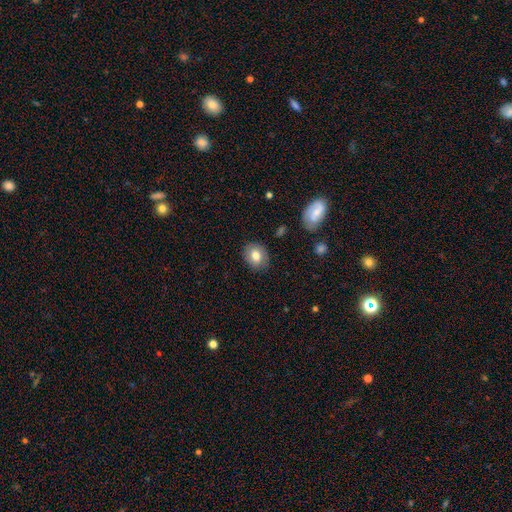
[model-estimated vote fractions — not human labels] Smooth or featured: smooth — 79% (featured or disk — 13%)
How rounded: round — 51% (in between — 48%)
Merging: none — 86% (minor disturbance — 10%)